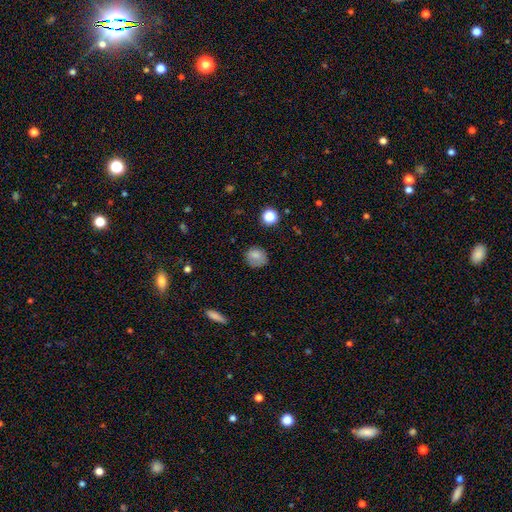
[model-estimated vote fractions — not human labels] This appears to be a smooth galaxy with no disk features (81%) that is round (82%). Merging: none (77%).